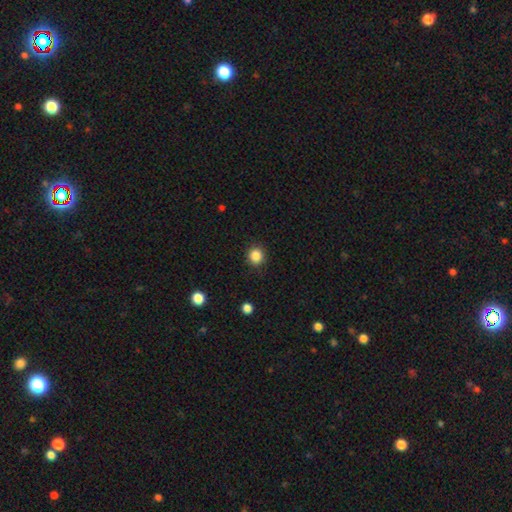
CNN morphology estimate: smooth-or-featured: smooth: 86% | star or artifact: 11% | featured or disk: 3%
  how-rounded: round: 90% | in between: 9% | cigar-shaped: 1%
  merging: none: 90% | minor disturbance: 7% | major disturbance: 2% | merger: 1%